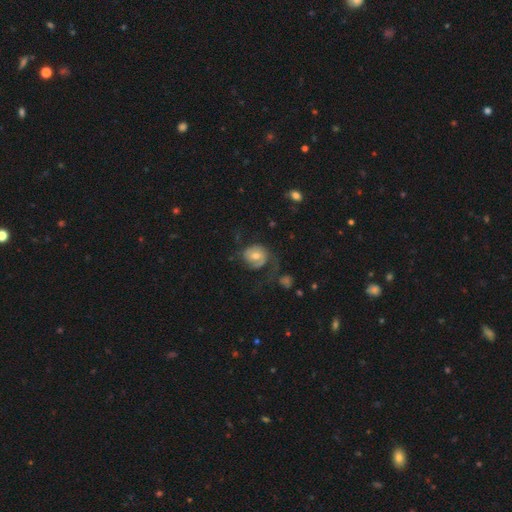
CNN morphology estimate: A featured or disk galaxy (58%) with no bar (66%), spiral arms (77%) and a moderate central bulge (69%).

Vote fractions:
- Smooth or featured? featured or disk: 58% / smooth: 34% / star or artifact: 8%
- Edge-on disk? no: 97% / yes: 3%
- Bar? no: 66% / weak: 27% / strong: 7%
- Spiral arms? yes: 77% / no: 23%
- Bulge size? moderate: 69% / small: 22% / large: 6% / none: 2% / dominant: 1%
- Merging? none: 45% / major disturbance: 32% / minor disturbance: 19% / merger: 3%